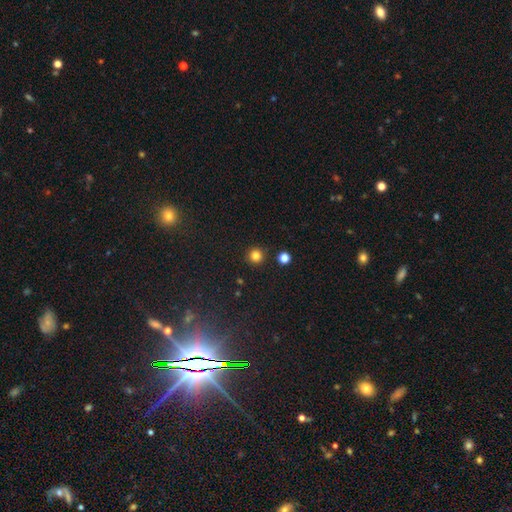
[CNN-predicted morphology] Smooth or featured?
  - smooth: 82% *
  - star or artifact: 13%
  - featured or disk: 4%
How rounded?
  - round: 95% *
  - in between: 5%
  - cigar-shaped: 1%
Merging?
  - none: 90% *
  - minor disturbance: 6%
  - merger: 3%
  - major disturbance: 2%